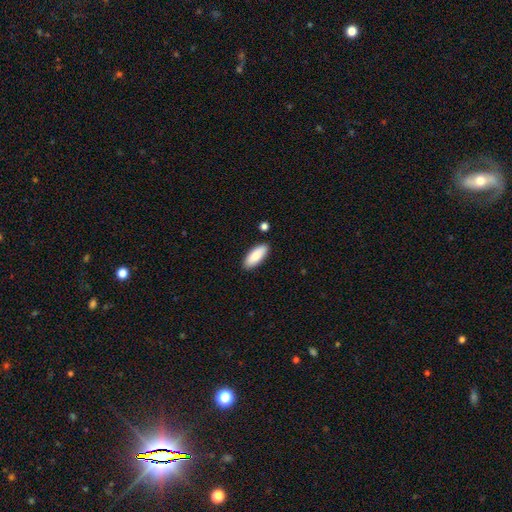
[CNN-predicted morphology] Smooth or featured? smooth (86%)
How rounded? in between (79%)
Merging? none (87%)